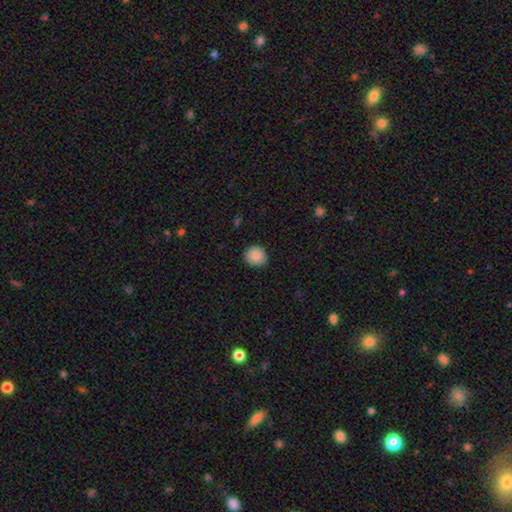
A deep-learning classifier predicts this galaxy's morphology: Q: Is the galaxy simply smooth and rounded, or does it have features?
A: smooth — 88%.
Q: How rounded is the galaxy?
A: round — 87%.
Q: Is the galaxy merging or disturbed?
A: none — 89%.